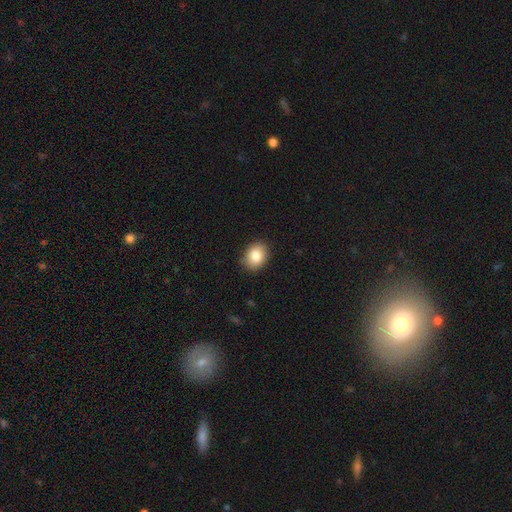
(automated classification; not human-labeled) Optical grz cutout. It shows a smooth galaxy with no disk features (84%) that is in between round and cigar-shaped (62%). Merging: none (86%).